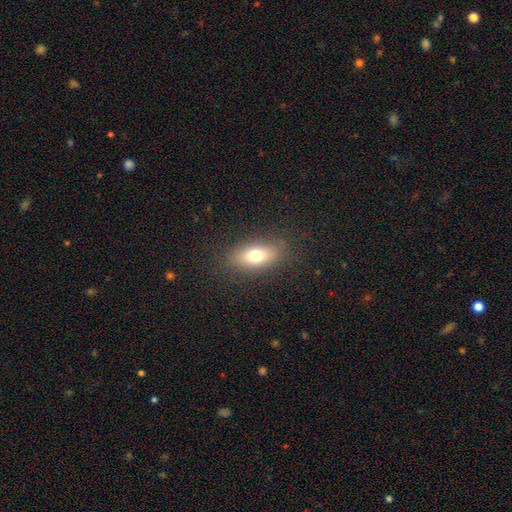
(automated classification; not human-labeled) Smooth or featured? Predicted: smooth (p=0.74). How rounded? Predicted: in between (p=0.82). Merging? Predicted: none (p=0.85).